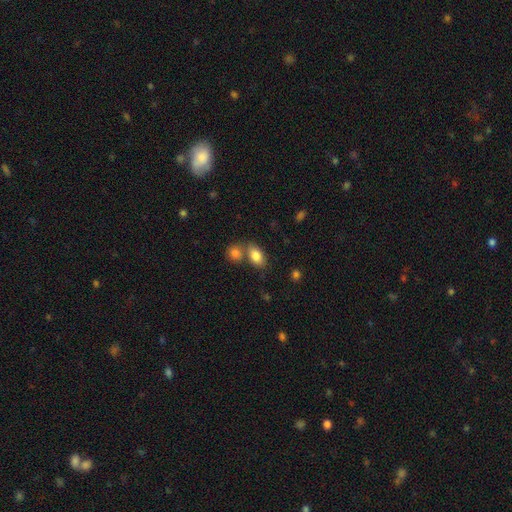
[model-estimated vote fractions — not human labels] Smooth or featured: smooth — 84% (featured or disk — 8%)
How rounded: in between — 88% (round — 10%)
Merging: none — 51% (merger — 35%)